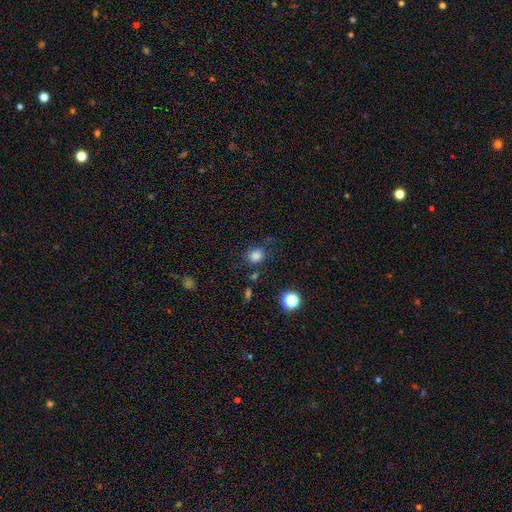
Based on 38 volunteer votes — Smooth or featured?
  - smooth: 89% *
  - star or artifact: 8%
  - featured or disk: 3%
How rounded?
  - round: 88% *
  - in between: 12%
  - cigar-shaped: 0%
Merging?
  - none: 63% *
  - minor disturbance: 17%
  - major disturbance: 17%
  - merger: 3%